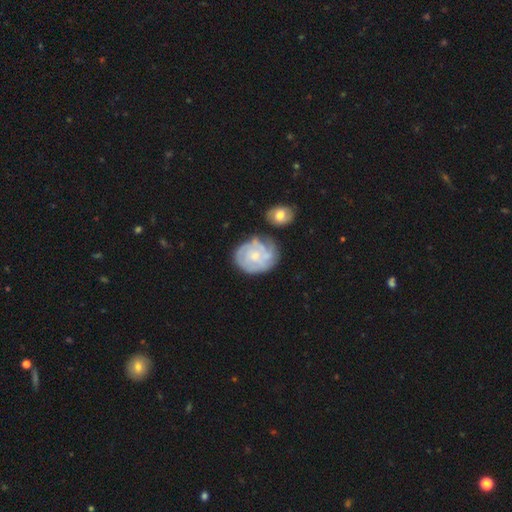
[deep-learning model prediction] This appears to be a featured or disk galaxy (66%) with no bar (80%), tight (67%) spiral arms (81%) and a small central bulge (48%). Merging: none (60%).